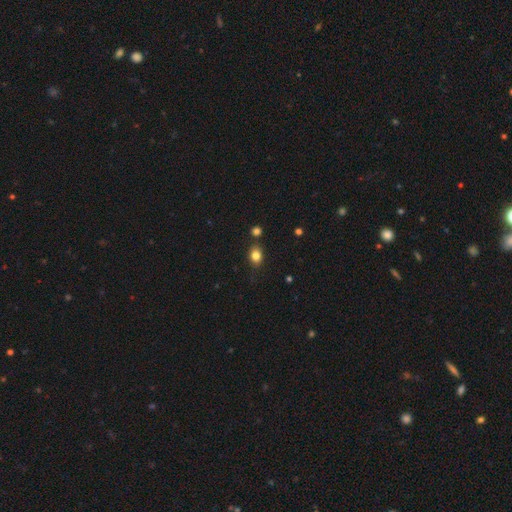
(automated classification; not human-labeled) Q: Smooth or featured?
A: smooth (82%); runner-up: star or artifact (11%)
Q: How rounded?
A: in between (62%); runner-up: round (36%)
Q: Merging?
A: none (78%); runner-up: minor disturbance (13%)